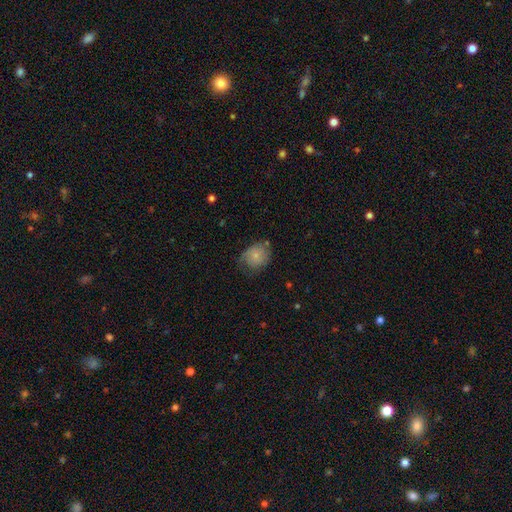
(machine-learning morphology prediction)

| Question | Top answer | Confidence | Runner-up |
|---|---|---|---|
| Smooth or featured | smooth | 75% | featured or disk (17%) |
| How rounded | round | 60% | in between (39%) |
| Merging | none | 53% | minor disturbance (32%) |